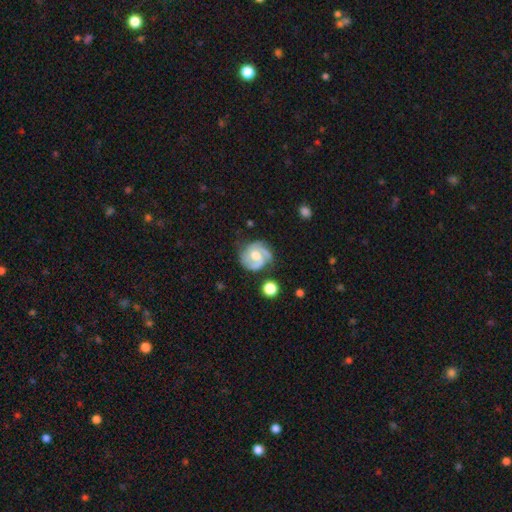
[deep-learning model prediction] The model was most divided on "spiral winding": tight: 44%, medium: 43%, loose: 13%. More confident: edge-on disk — no (98%); spiral arms — yes (93%); smooth or featured — featured or disk (80%); bulge size — moderate (75%); spiral arm count — 2 (66%); merging — none (66%); bar — no (55%).